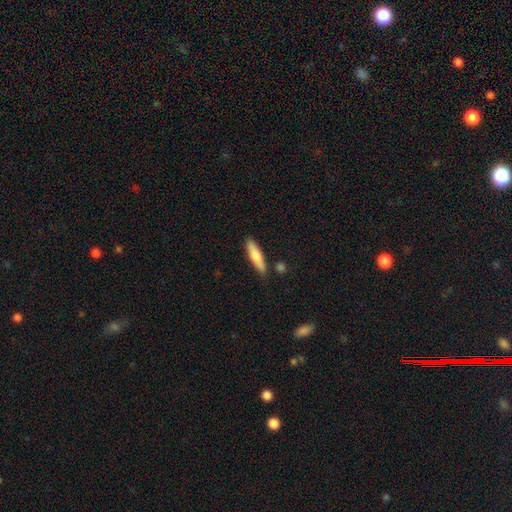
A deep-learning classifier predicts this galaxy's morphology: Smooth or featured?
  - smooth: 69% *
  - featured or disk: 26%
  - star or artifact: 5%
How rounded?
  - cigar-shaped: 78% *
  - in between: 20%
  - round: 2%
Merging?
  - none: 84% *
  - minor disturbance: 10%
  - merger: 3%
  - major disturbance: 2%